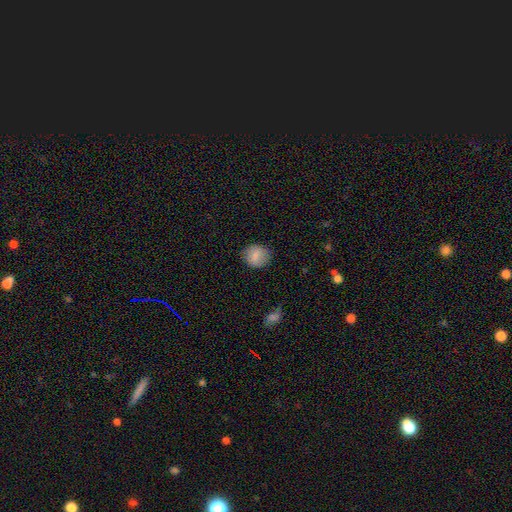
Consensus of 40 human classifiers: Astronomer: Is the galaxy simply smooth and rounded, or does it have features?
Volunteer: smooth — 78%.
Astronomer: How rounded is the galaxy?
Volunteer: round — 74%.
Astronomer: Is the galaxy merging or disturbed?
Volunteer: none — 100%.